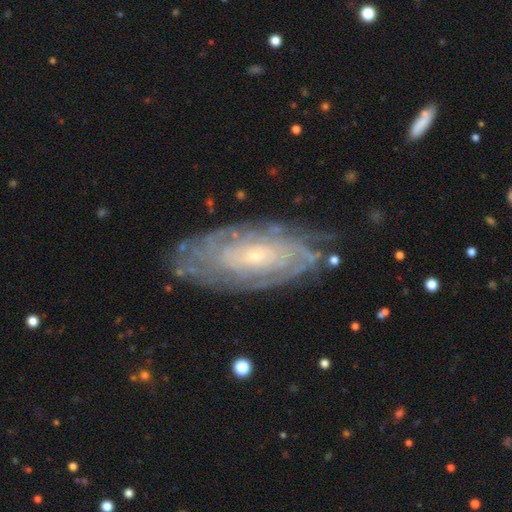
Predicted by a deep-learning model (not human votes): Overall: featured or disk (82%). Edge-on disk: no (91%). Bar: no (74%). Spiral arms: yes (92%). Spiral arm count: can't tell (53%). Spiral winding: tight (80%). Bulge size: small (79%). Merging: none (76%).